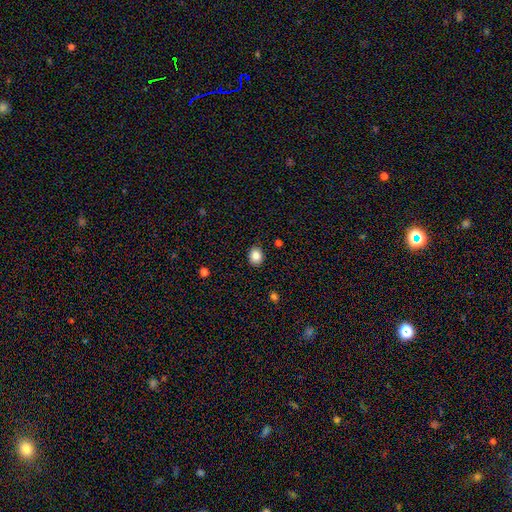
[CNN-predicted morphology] Q: Smooth or featured?
A: smooth (85%); runner-up: star or artifact (9%)
Q: How rounded?
A: round (53%); runner-up: in between (46%)
Q: Merging?
A: none (87%); runner-up: minor disturbance (9%)